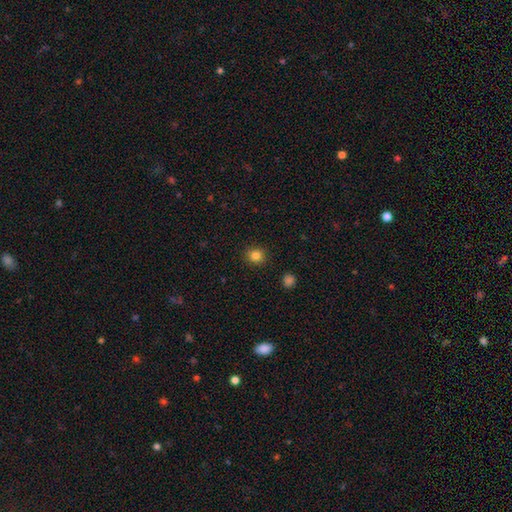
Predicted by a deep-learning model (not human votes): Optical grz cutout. It shows a smooth galaxy with no disk features (83%) that is round (86%). Merging: none (91%).